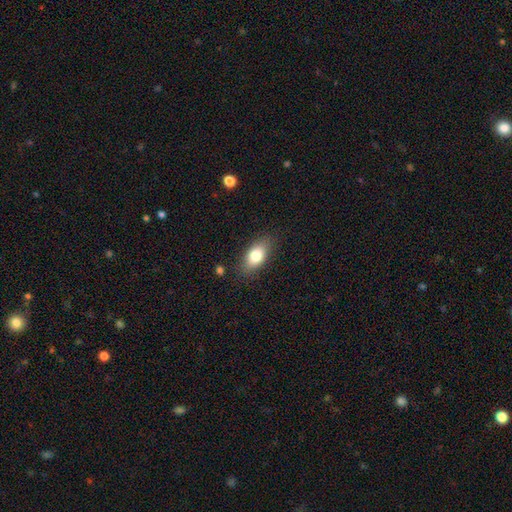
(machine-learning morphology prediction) Q: Smooth or featured?
A: smooth (79%); runner-up: featured or disk (13%)
Q: How rounded?
A: in between (88%); runner-up: round (6%)
Q: Merging?
A: none (82%); runner-up: minor disturbance (13%)